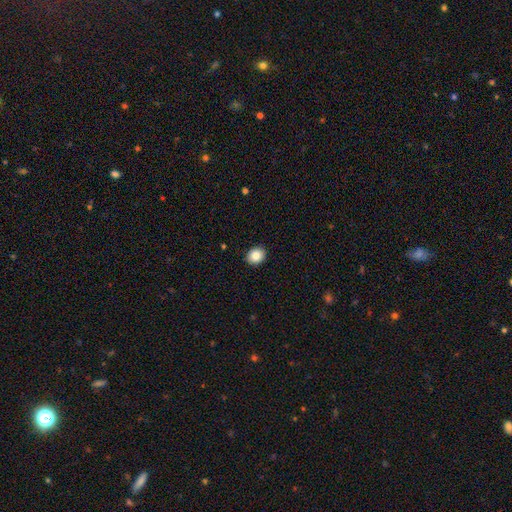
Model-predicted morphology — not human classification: Overall: smooth (85%). How rounded: round (58%; in between 42%). Merging: none (91%).